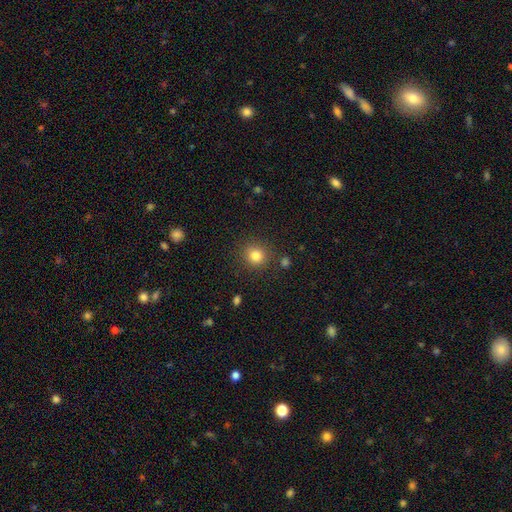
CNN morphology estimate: Overall: smooth (82%). How rounded: round (90%). Merging: none (87%).